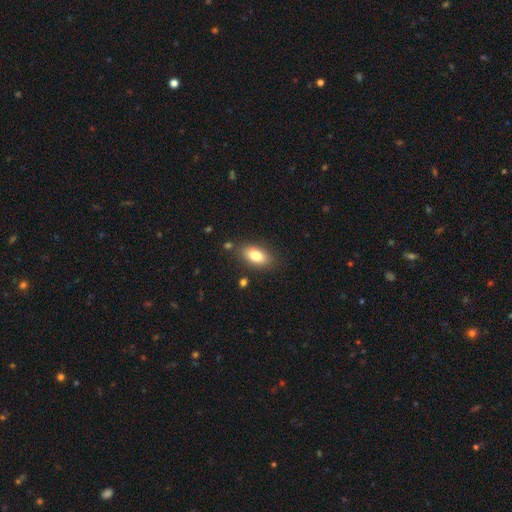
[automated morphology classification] Smooth or featured? smooth (80%)
How rounded? in between (89%)
Merging? none (82%)